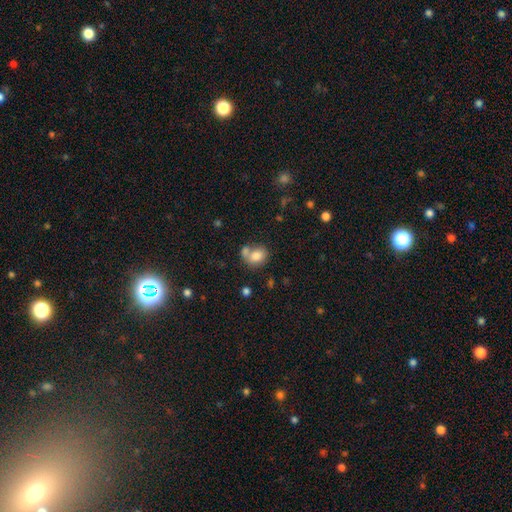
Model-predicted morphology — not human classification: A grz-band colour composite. It shows a smooth galaxy with no disk features (79%) that is in between round and cigar-shaped (50%). Merging: none (41%, tied with merger).